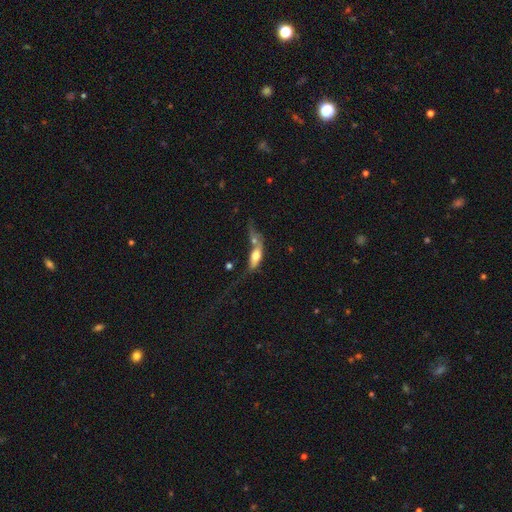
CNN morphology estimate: smooth_or_featured: smooth (p=0.56) [alt: featured or disk p=0.36]
how_rounded: in between (p=0.63) [alt: cigar-shaped p=0.32]
merging: merger (p=0.45) [alt: major disturbance p=0.24]